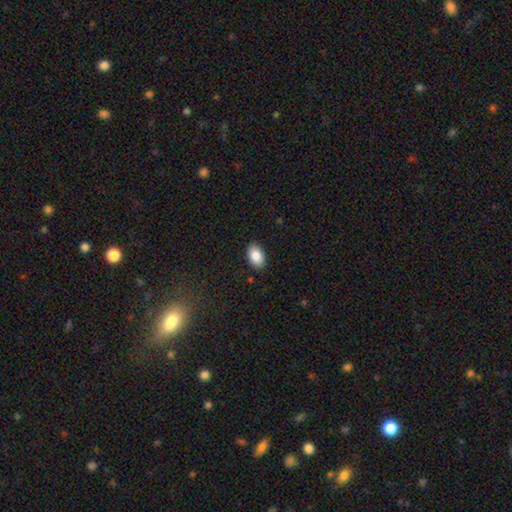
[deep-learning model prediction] Smooth or featured?
  - smooth: 86% *
  - star or artifact: 7%
  - featured or disk: 7%
How rounded?
  - in between: 90% *
  - round: 9%
  - cigar-shaped: 1%
Merging?
  - none: 89% *
  - minor disturbance: 9%
  - major disturbance: 2%
  - merger: 1%